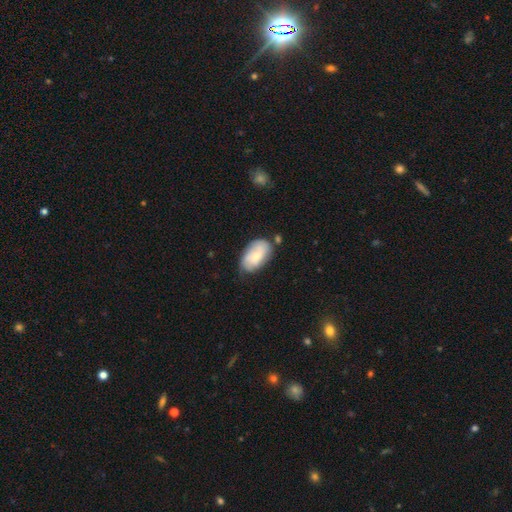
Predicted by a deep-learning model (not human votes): Smooth or featured? Predicted: smooth (p=0.67). How rounded? Predicted: in between (p=0.94). Merging? Predicted: none (p=0.59).